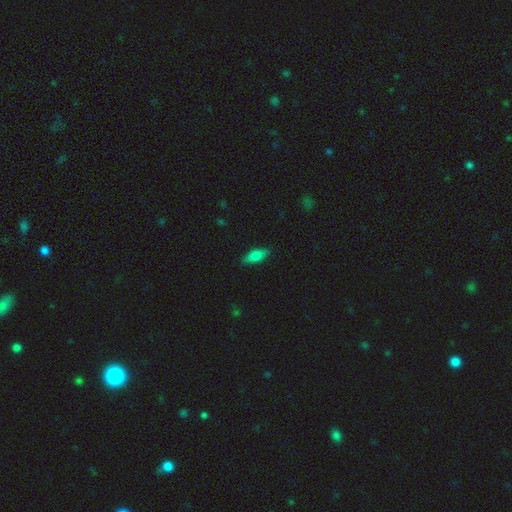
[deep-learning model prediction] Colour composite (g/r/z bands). It shows a smooth galaxy with no disk features (71%) that is in between round and cigar-shaped (72%). Merging: none (86%).